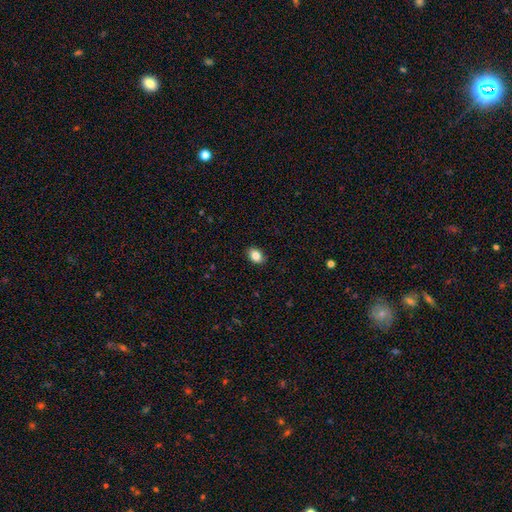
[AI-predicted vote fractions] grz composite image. It shows a smooth galaxy with no disk features (85%) that is in between round and cigar-shaped (73%). Merging: none (89%).